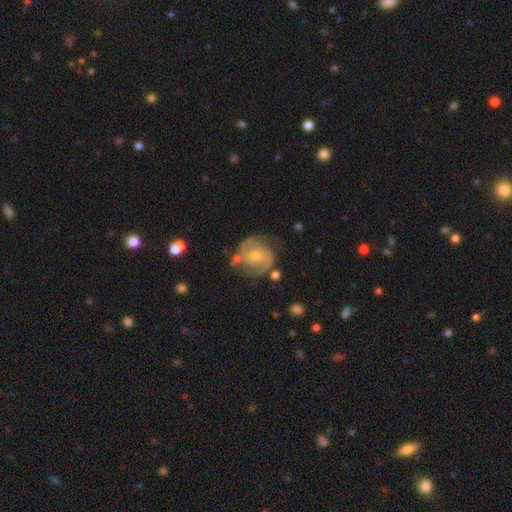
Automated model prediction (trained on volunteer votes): A featured or disk galaxy (77%) with no bar (72%), 2 (64%) tight (51%) spiral arms (88%) and a small central bulge (48%, tied with moderate).

Vote fractions:
- Smooth or featured? featured or disk: 77% / smooth: 15% / star or artifact: 7%
- Edge-on disk? no: 98% / yes: 2%
- Bar? no: 72% / weak: 23% / strong: 5%
- Spiral arms? yes: 88% / no: 12%
- Spiral winding? tight: 51% / medium: 38% / loose: 12%
- Spiral arm count? 2: 64% / can't tell: 20% / 3: 8% / 1: 4% / 4: 2% / more than 4: 2%
- Bulge size? small: 48% (tied) / moderate: 48% (tied) / large: 2% / none: 2% / dominant: 1%
- Merging? none: 64% / minor disturbance: 21% / major disturbance: 10% / merger: 6%